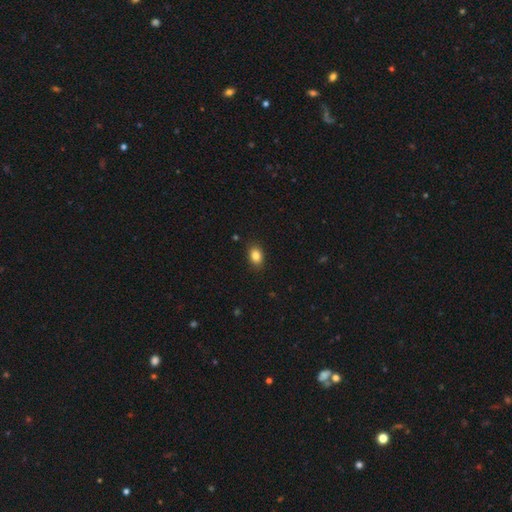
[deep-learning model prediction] The model was most divided on "how rounded": in between: 72%, round: 27%, cigar-shaped: 1%. More confident: merging — none (88%); smooth or featured — smooth (84%).